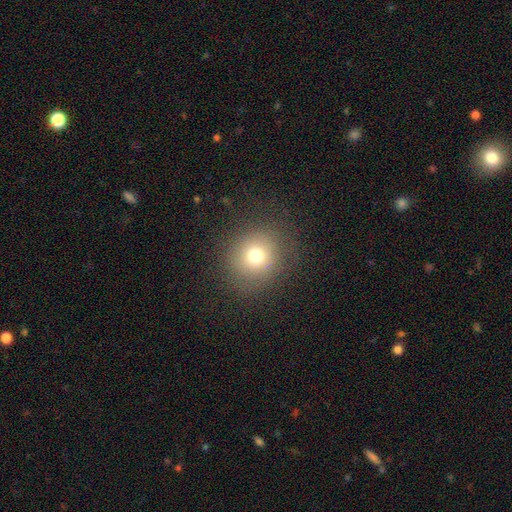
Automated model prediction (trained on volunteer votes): A smooth galaxy with no disk features (73%) that is round (85%). Merging: none (84%).